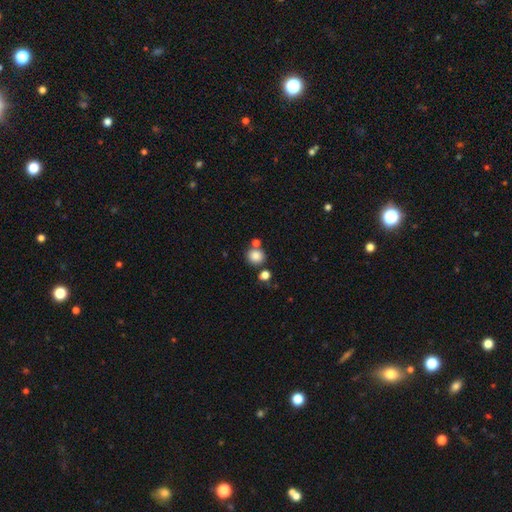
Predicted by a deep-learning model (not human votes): smooth 83%, star or artifact 11%, featured or disk 6%. Down the decision tree: how rounded — round (87%); merging — none (71%).